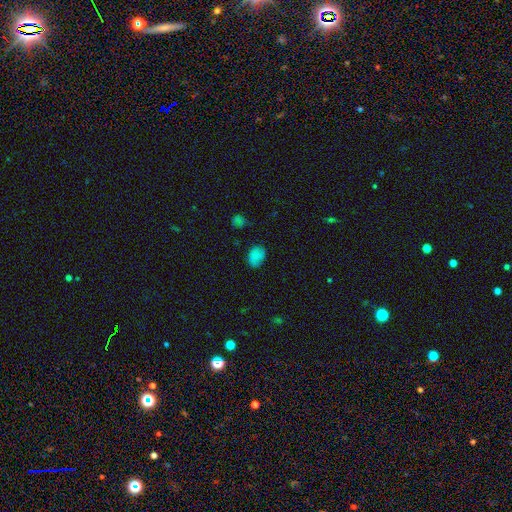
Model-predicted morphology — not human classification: A smooth galaxy with no disk features (76%) that is in between round and cigar-shaped (76%).

Vote fractions:
- Smooth or featured? smooth: 76% / star or artifact: 17% / featured or disk: 7%
- How rounded? in between: 76% / round: 23% / cigar-shaped: 1%
- Merging? none: 69% / minor disturbance: 22% / major disturbance: 6% / merger: 3%